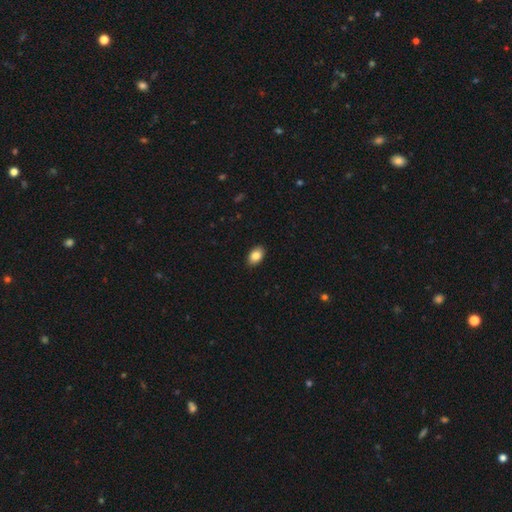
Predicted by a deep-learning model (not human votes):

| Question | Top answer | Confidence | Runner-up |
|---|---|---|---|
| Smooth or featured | smooth | 86% | star or artifact (7%) |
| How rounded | in between | 90% | round (9%) |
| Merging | none | 90% | minor disturbance (7%) |